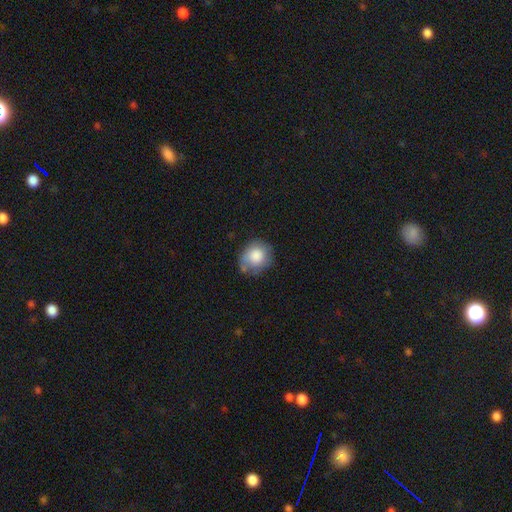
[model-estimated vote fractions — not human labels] This is clearly a smooth galaxy (81%). How rounded: likely round (72%). Merging: possibly none (55%).